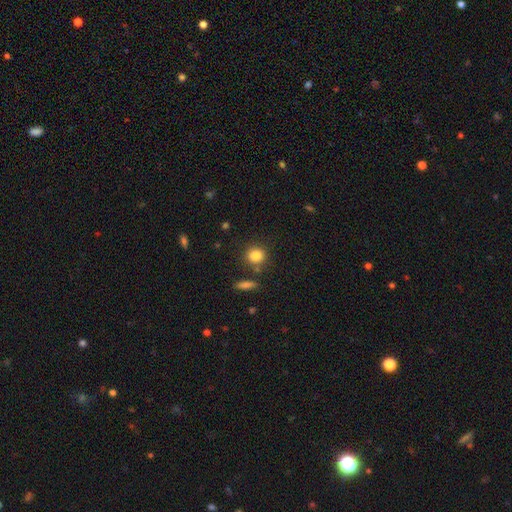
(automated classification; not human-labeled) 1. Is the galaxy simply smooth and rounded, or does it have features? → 84% smooth, 10% star or artifact, 7% featured or disk.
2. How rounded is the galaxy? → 80% round, 18% in between, 2% cigar-shaped.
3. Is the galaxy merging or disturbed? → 79% none, 10% minor disturbance, 8% merger, 3% major disturbance.